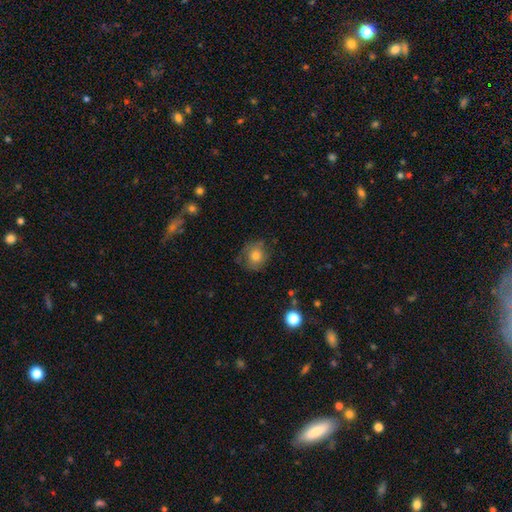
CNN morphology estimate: This appears to be a smooth galaxy with no disk features (73%) that is round (82%). Merging: none (68%).